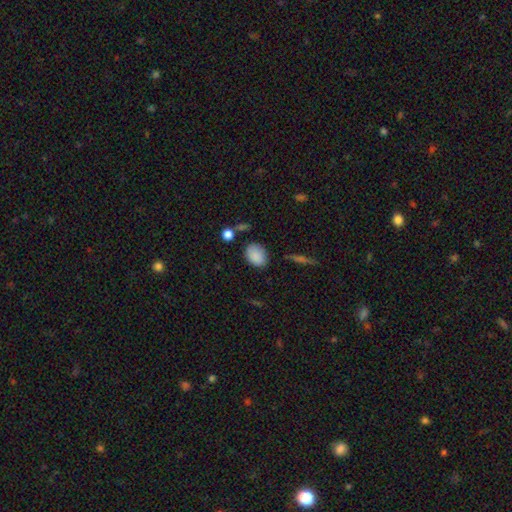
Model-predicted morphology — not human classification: Q: Smooth or featured?
A: smooth (87%); runner-up: star or artifact (8%)
Q: How rounded?
A: in between (71%); runner-up: round (28%)
Q: Merging?
A: none (77%); runner-up: minor disturbance (15%)